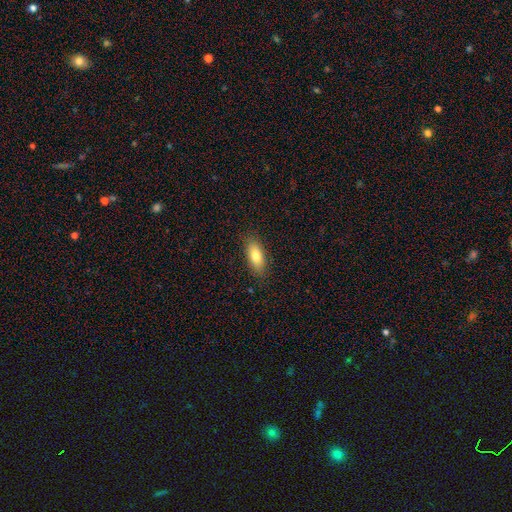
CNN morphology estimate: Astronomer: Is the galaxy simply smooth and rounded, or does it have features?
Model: smooth — 78%.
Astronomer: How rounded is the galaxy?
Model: in between — 80%.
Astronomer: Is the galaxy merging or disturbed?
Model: none — 86%.